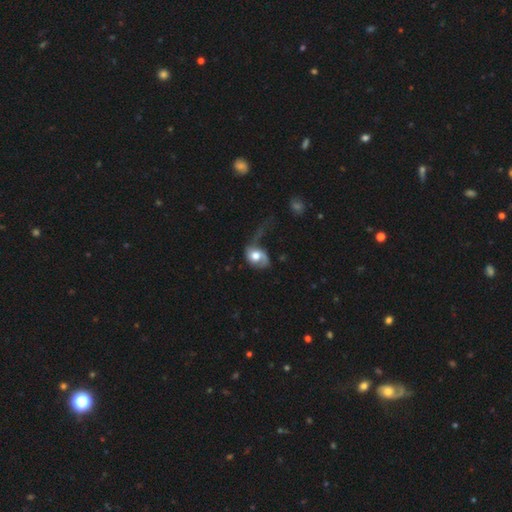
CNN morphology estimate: A featured or disk galaxy (51%). Merging: major disturbance (53%).